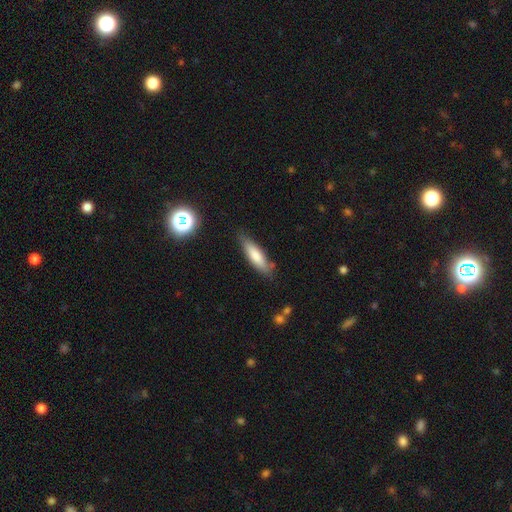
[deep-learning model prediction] Morphology: type=smooth (76%); roundness=cigar-shaped (60%); merging=none (76%).